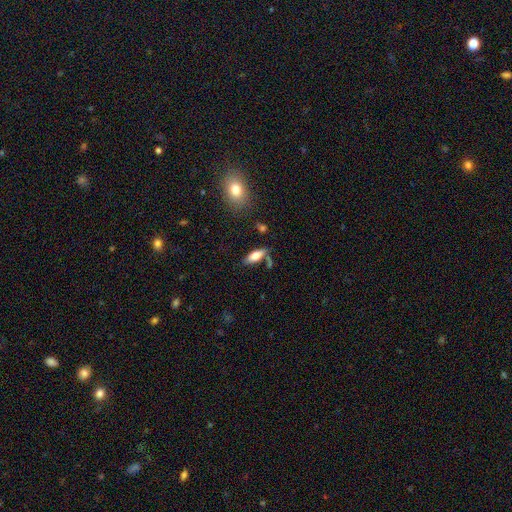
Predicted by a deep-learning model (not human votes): smooth-or-featured: smooth: 67% | featured or disk: 26% | star or artifact: 7%
  how-rounded: in between: 67% | cigar-shaped: 30% | round: 2%
  merging: none: 71% | minor disturbance: 15% | merger: 10% | major disturbance: 4%